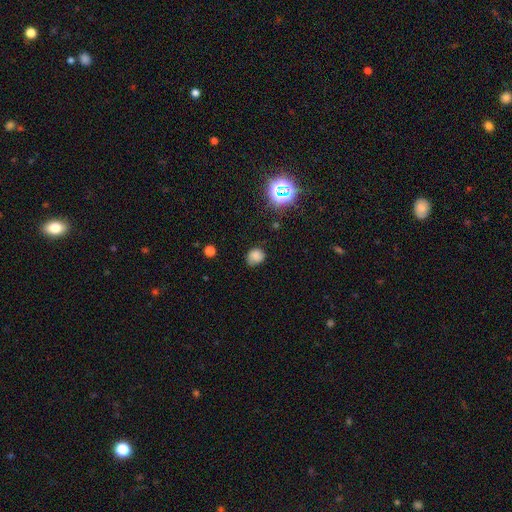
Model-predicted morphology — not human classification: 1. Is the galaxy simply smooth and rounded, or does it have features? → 75% smooth, 17% star or artifact, 8% featured or disk.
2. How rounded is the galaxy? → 68% round, 31% in between, 1% cigar-shaped.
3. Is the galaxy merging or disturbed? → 63% none, 28% minor disturbance, 7% major disturbance, 2% merger.